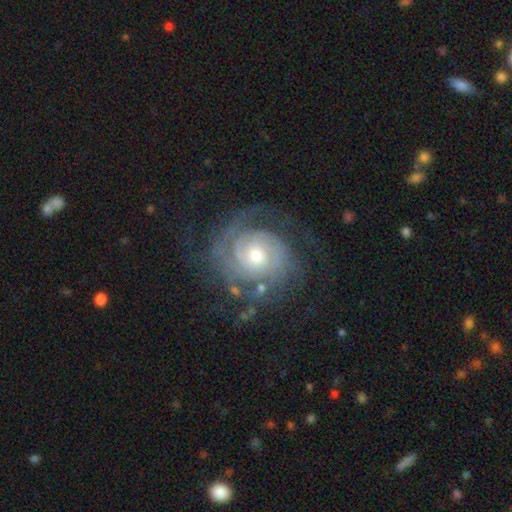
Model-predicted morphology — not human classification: Overall: featured or disk (88%). Edge-on disk: no (98%). Bar: no (75%). Spiral arms: yes (97%). Spiral arm count: 2 (34%; can't tell 26%). Spiral winding: tight (75%). Bulge size: moderate (59%; small 32%). Merging: none (70%).